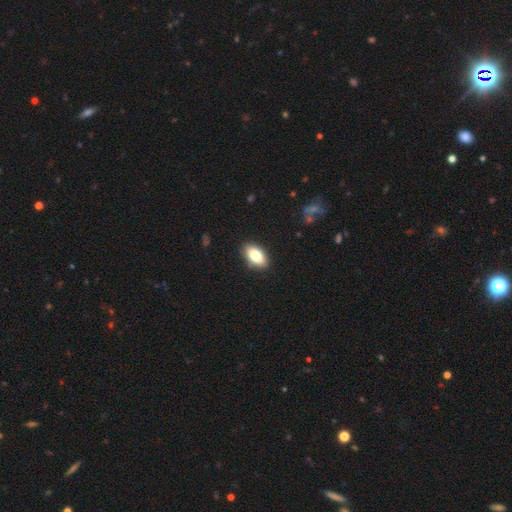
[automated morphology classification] This is clearly a smooth galaxy (80%). How rounded: clearly in between (92%). Merging: clearly none (88%).